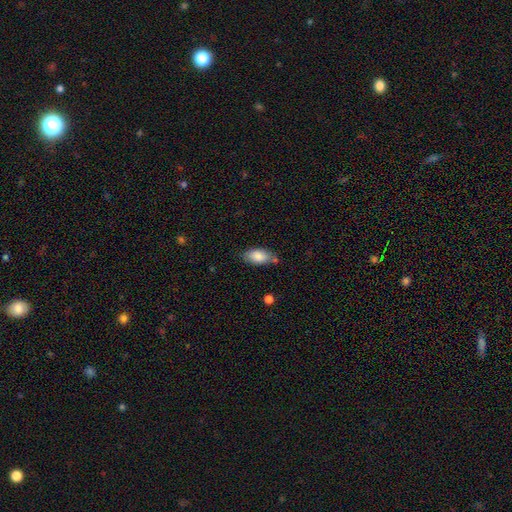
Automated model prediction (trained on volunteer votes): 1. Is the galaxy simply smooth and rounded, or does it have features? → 83% smooth, 10% featured or disk, 7% star or artifact.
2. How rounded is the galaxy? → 91% in between, 6% cigar-shaped, 3% round.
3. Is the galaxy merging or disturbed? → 69% none, 20% minor disturbance, 7% merger, 4% major disturbance.